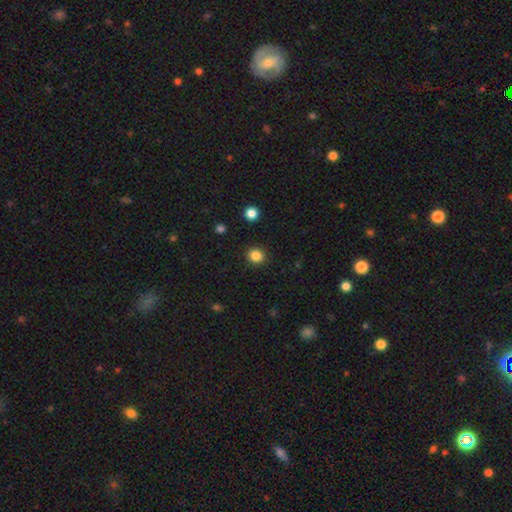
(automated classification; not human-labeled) smooth_or_featured: smooth (p=0.85) [alt: star or artifact p=0.12]
how_rounded: round (p=0.88) [alt: in between p=0.12]
merging: none (p=0.91) [alt: minor disturbance p=0.06]